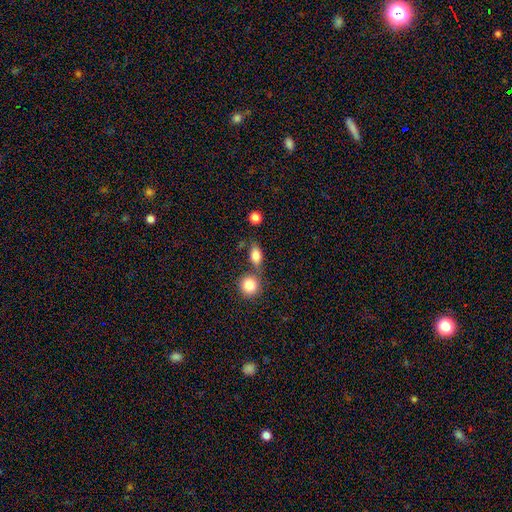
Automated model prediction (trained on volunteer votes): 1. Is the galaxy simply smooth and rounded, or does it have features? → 82% smooth, 9% star or artifact, 9% featured or disk.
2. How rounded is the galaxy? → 76% in between, 18% round, 5% cigar-shaped.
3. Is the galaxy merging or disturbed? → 59% none, 23% merger, 13% minor disturbance, 5% major disturbance.